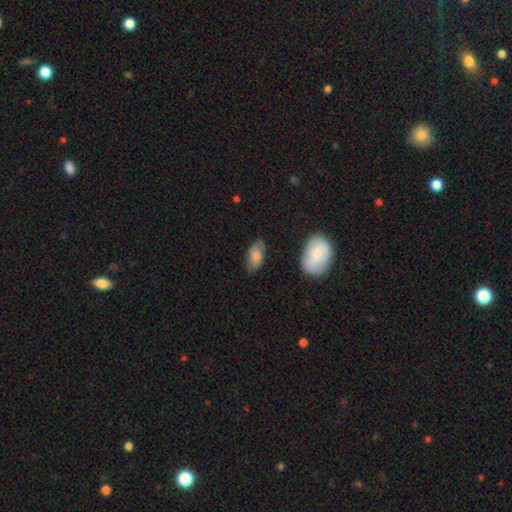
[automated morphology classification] smooth 72%, featured or disk 21%, star or artifact 7%. Down the decision tree: how rounded — in between (92%); merging — none (68%).